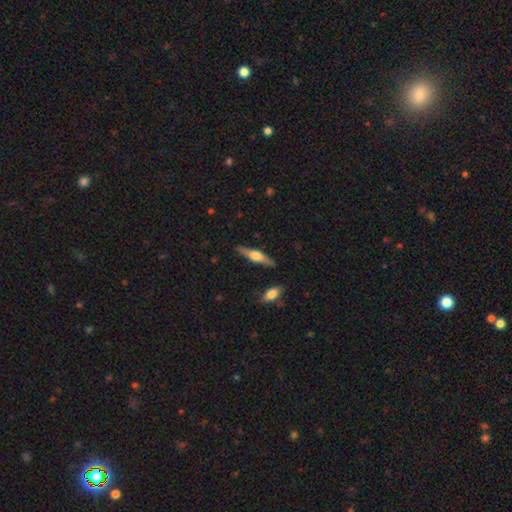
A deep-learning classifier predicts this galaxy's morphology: The model was most divided on "smooth or featured": featured or disk: 61%, smooth: 33%, star or artifact: 6%. More confident: edge-on disk — yes (96%); edge-on bulge — rounded (91%); merging — none (88%).